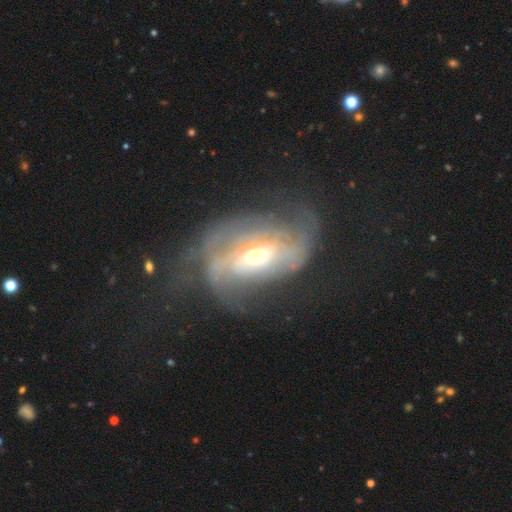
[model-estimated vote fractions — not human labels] Q: Smooth or featured?
A: featured or disk (81%); runner-up: smooth (12%)
Q: Edge-on disk?
A: no (95%); runner-up: yes (5%)
Q: Bar?
A: weak (43%); runner-up: no (32%)
Q: Spiral arms?
A: yes (87%); runner-up: no (13%)
Q: Spiral winding?
A: medium (41%); runner-up: tight (33%)
Q: Spiral arm count?
A: 2 (42%); runner-up: can't tell (30%)
Q: Bulge size?
A: moderate (62%); runner-up: small (25%)
Q: Merging?
A: none (44%); runner-up: major disturbance (32%)